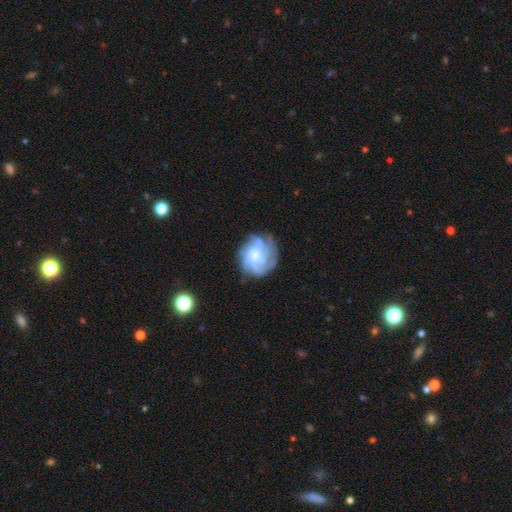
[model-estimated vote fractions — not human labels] Smooth or featured? Predicted: featured or disk (p=0.69). Edge-on disk? Predicted: no (p=0.98). Bar? Predicted: no (p=0.75). Spiral arms? Predicted: yes (p=0.86). Spiral winding? Predicted: tight (p=0.55). Spiral arm count? Predicted: can't tell (p=0.42). Bulge size? Predicted: moderate (p=0.42). Merging? Predicted: none (p=0.68).